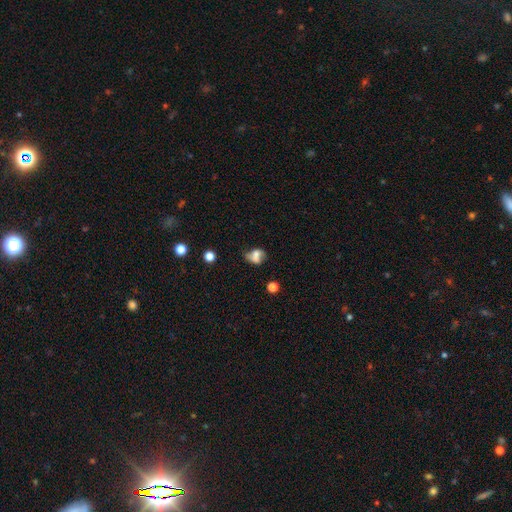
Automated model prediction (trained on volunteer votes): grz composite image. It shows a smooth galaxy with no disk features (58%) that is in between round and cigar-shaped (60%). Merging: none (36%).